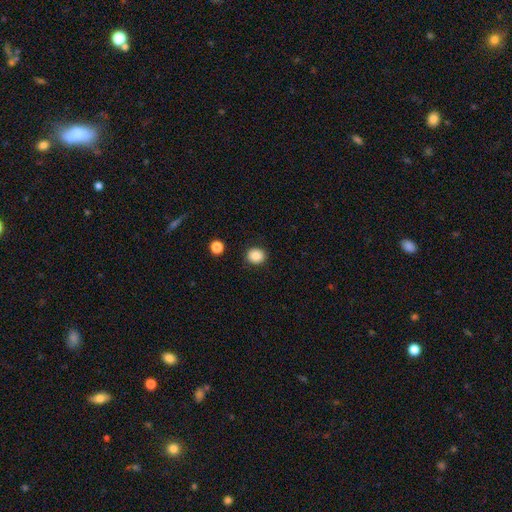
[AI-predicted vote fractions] The model was most divided on "how rounded": round: 78%, in between: 22%, cigar-shaped: 1%. More confident: merging — none (90%); smooth or featured — smooth (86%).